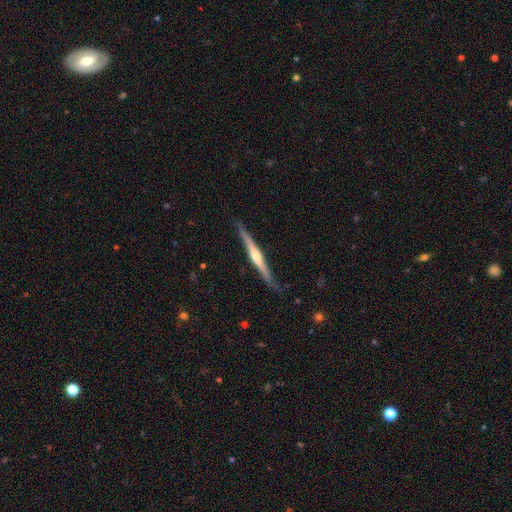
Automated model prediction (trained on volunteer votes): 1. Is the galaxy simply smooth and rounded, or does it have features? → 74% featured or disk, 21% smooth, 5% star or artifact.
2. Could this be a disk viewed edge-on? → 98% yes, 2% no.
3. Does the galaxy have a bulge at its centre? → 80% rounded, 14% none, 6% boxy.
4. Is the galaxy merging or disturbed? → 80% none, 16% minor disturbance, 2% major disturbance, 1% merger.